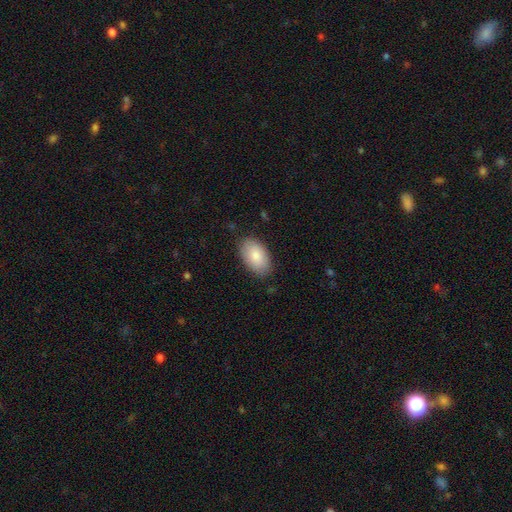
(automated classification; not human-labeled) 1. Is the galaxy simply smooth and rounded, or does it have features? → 84% smooth, 10% featured or disk, 6% star or artifact.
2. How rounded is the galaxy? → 94% in between, 5% round, 1% cigar-shaped.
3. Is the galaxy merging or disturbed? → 84% none, 12% minor disturbance, 3% major disturbance, 1% merger.